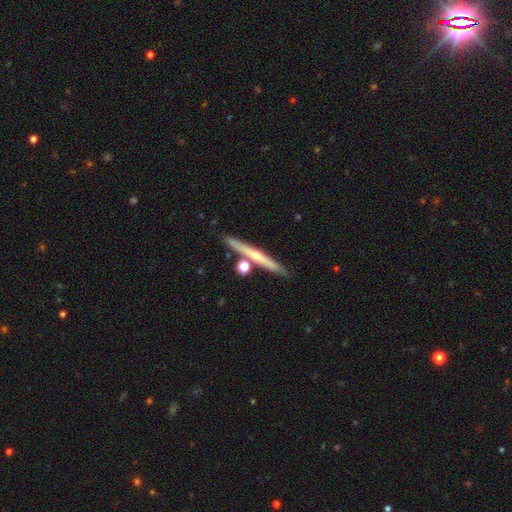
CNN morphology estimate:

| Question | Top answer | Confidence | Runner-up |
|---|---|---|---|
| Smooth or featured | featured or disk | 68% | smooth (25%) |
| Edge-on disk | yes | 97% | no (3%) |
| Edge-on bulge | rounded | 66% | none (29%) |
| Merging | none | 81% | merger (9%) |